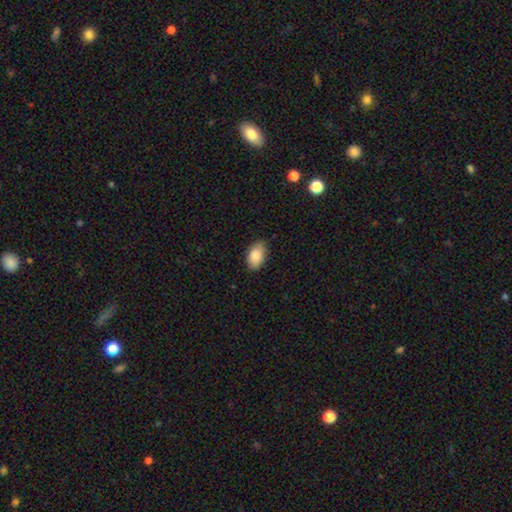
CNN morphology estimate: Overall: smooth (88%). How rounded: in between (93%). Merging: none (82%).